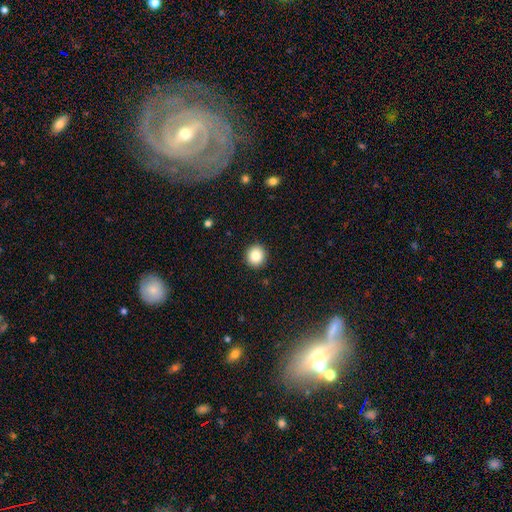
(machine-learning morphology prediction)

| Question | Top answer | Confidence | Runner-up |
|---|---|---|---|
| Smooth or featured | smooth | 84% | star or artifact (10%) |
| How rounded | round | 90% | in between (9%) |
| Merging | none | 92% | minor disturbance (5%) |